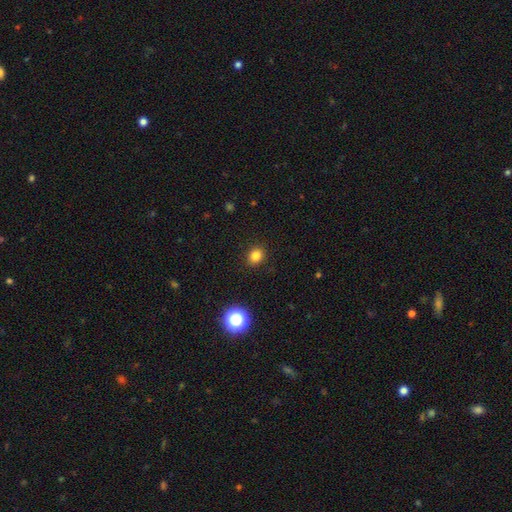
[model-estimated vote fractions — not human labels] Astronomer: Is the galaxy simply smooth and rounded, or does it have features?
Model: smooth — 82%.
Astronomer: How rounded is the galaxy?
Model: round — 73%.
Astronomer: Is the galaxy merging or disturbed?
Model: none — 91%.